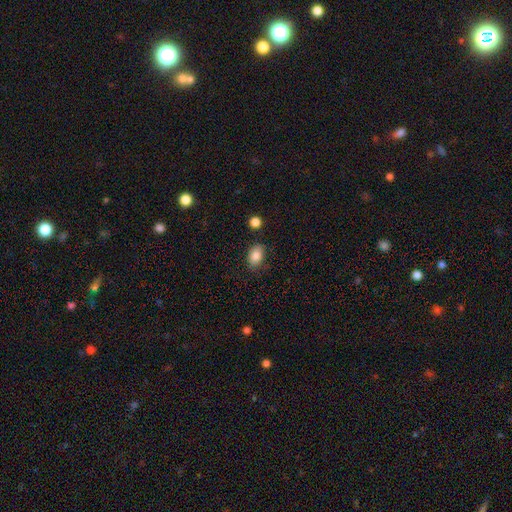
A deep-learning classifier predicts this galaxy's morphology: type=smooth (86%); roundness=in between (82%); merging=none (79%).